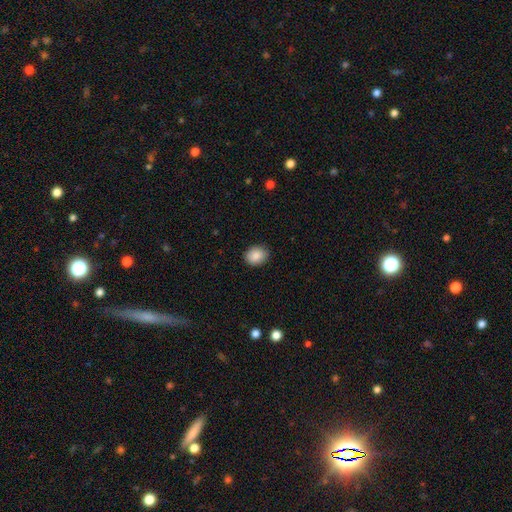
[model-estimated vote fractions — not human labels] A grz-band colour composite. It shows a smooth galaxy with no disk features (88%) that is round (52%). Merging: none (88%).